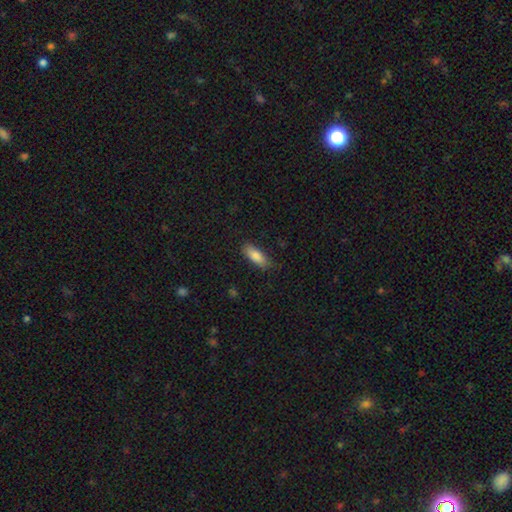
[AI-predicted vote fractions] Morphology: type=smooth (83%); roundness=in between (68%); merging=none (81%).